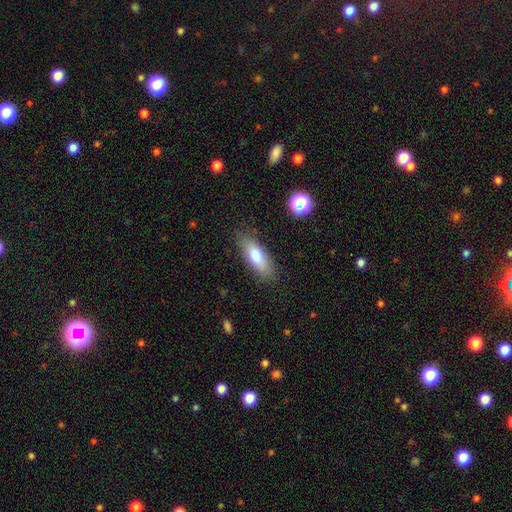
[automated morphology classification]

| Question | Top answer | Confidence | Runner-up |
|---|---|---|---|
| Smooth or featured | smooth | 76% | featured or disk (17%) |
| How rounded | in between | 64% | cigar-shaped (34%) |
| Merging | none | 84% | minor disturbance (12%) |